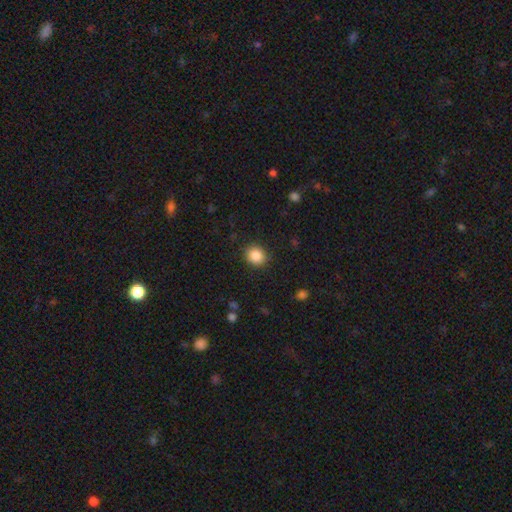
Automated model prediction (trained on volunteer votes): Smooth or featured?
  - smooth: 87% *
  - star or artifact: 10%
  - featured or disk: 4%
How rounded?
  - round: 79% *
  - in between: 20%
  - cigar-shaped: 1%
Merging?
  - none: 88% *
  - minor disturbance: 8%
  - major disturbance: 3%
  - merger: 1%